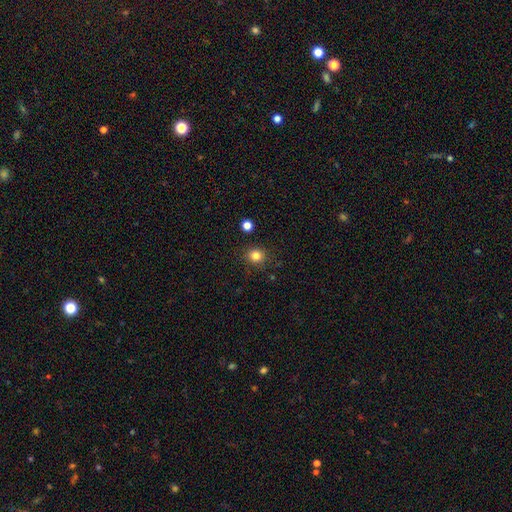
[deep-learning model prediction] A smooth galaxy with no disk features (82%) that is round (87%). Merging: none (87%).